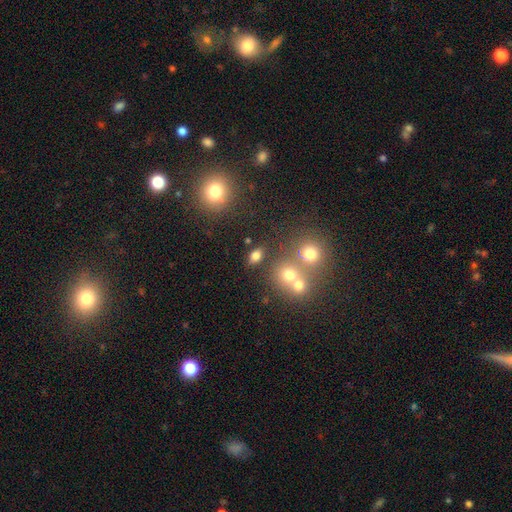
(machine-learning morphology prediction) The model was most divided on "smooth or featured": smooth: 74%, star or artifact: 15%, featured or disk: 11%. More confident: how rounded — in between (78%); merging — none (77%).